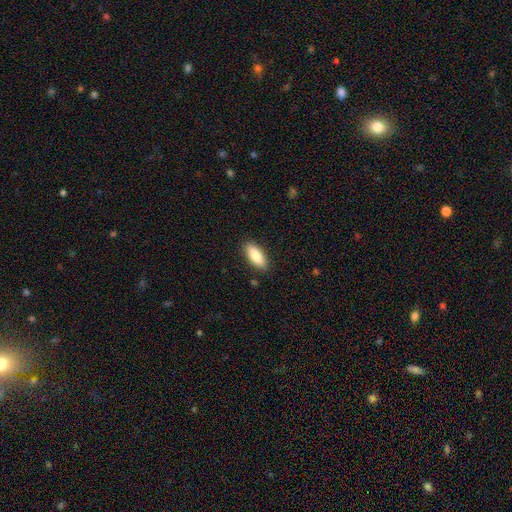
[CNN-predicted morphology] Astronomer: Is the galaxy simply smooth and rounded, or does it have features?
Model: smooth — 85%.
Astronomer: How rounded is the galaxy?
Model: in between — 79%.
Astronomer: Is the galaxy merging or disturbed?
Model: none — 88%.